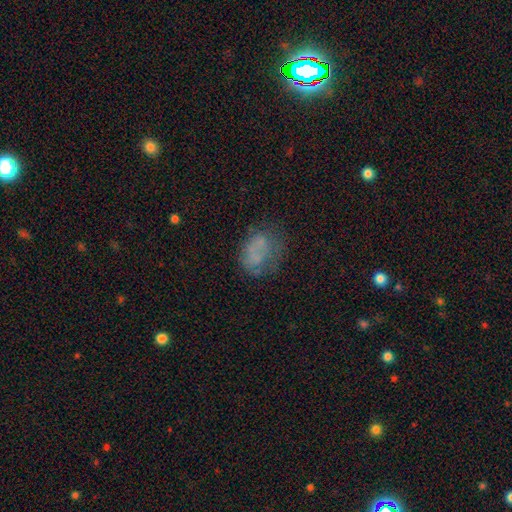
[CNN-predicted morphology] Smooth or featured? smooth (54%)
How rounded? in between (62%)
Merging? none (42%)